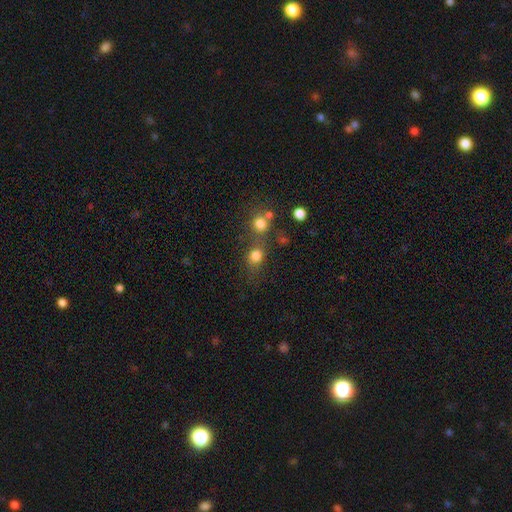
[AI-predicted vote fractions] The model was most divided on "merging": none: 55%, merger: 27%, minor disturbance: 11%, major disturbance: 7%. More confident: smooth or featured — smooth (78%); how rounded — round (72%).